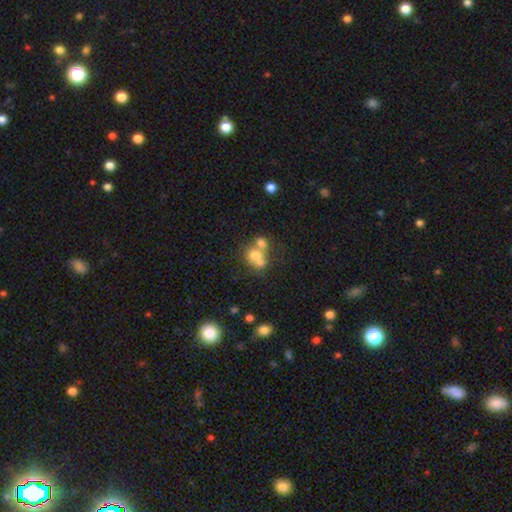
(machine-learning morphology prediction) smooth_or_featured: smooth (p=0.64) [alt: featured or disk p=0.22]
how_rounded: round (p=0.71) [alt: in between p=0.28]
merging: merger (p=0.58) [alt: none p=0.30]